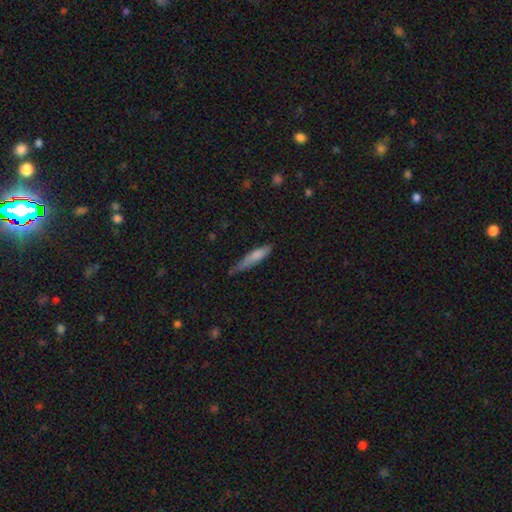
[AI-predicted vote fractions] A smooth galaxy with no disk features (75%) that is cigar-shaped (78%).

Vote fractions:
- Smooth or featured? smooth: 75% / featured or disk: 18% / star or artifact: 7%
- How rounded? cigar-shaped: 78% / in between: 20% / round: 2%
- Merging? none: 44% / minor disturbance: 41% / major disturbance: 11% / merger: 4%